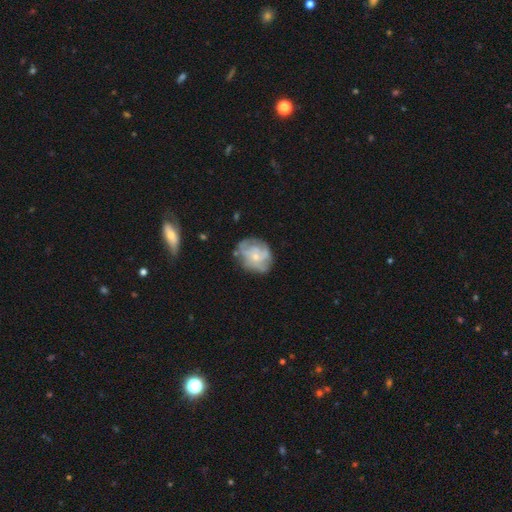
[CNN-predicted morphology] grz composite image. It shows a featured or disk galaxy (64%) with no bar (82%), spiral arms (64%) and a small central bulge (65%). Merging: none (60%).